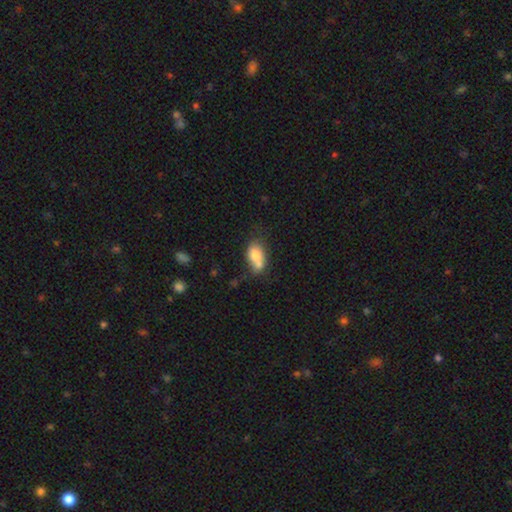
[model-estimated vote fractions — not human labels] This is likely a smooth galaxy (73%). How rounded: likely in between (75%). Merging: possibly merger (47%).